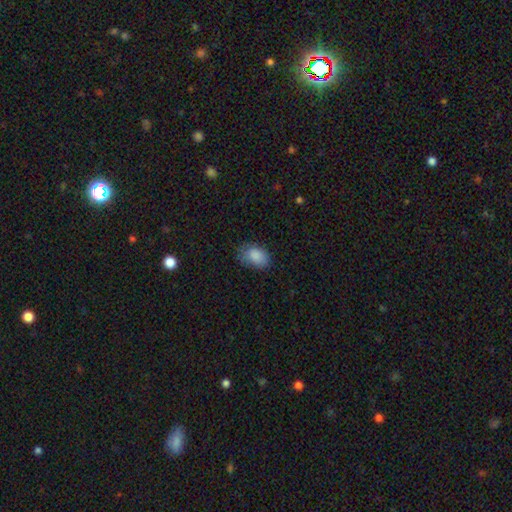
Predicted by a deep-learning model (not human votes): Smooth or featured? smooth (86%)
How rounded? in between (81%)
Merging? none (62%)